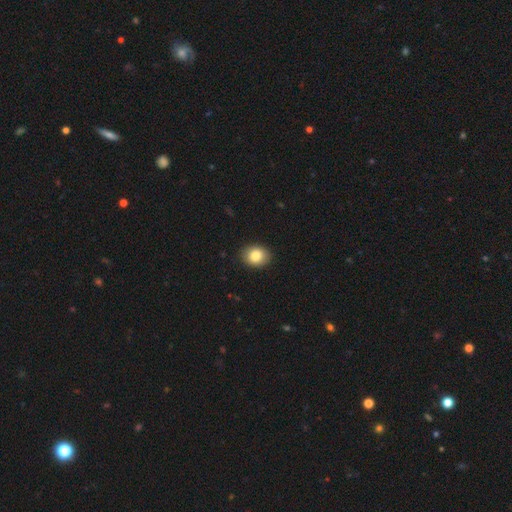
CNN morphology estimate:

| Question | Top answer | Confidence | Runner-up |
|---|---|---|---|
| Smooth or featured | smooth | 85% | star or artifact (8%) |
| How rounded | in between | 54% | round (45%) |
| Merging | none | 89% | minor disturbance (8%) |